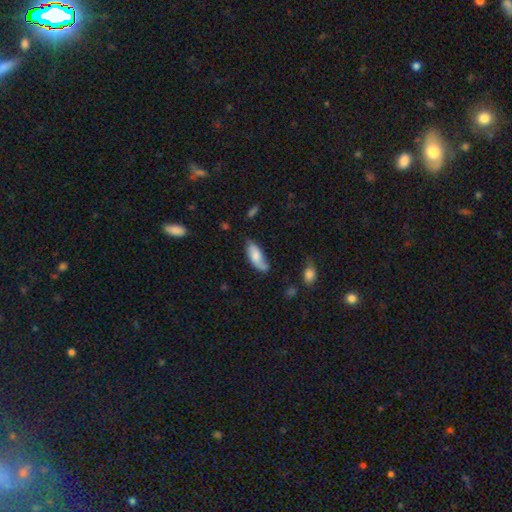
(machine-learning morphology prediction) A smooth galaxy with no disk features (59%) that is in between round and cigar-shaped (76%). Merging: none (64%).